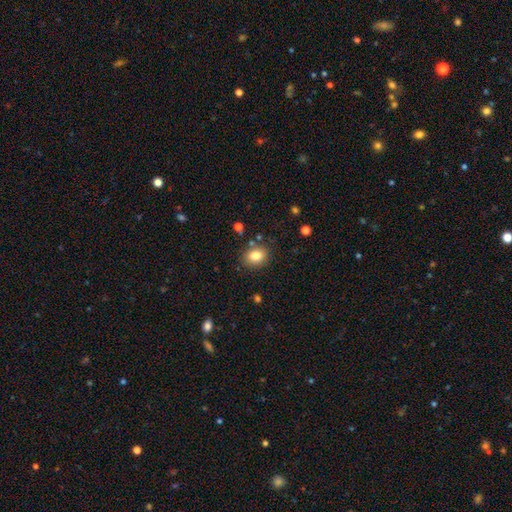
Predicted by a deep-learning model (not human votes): A smooth galaxy with no disk features (82%) that is in between round and cigar-shaped (55%). Merging: none (83%).